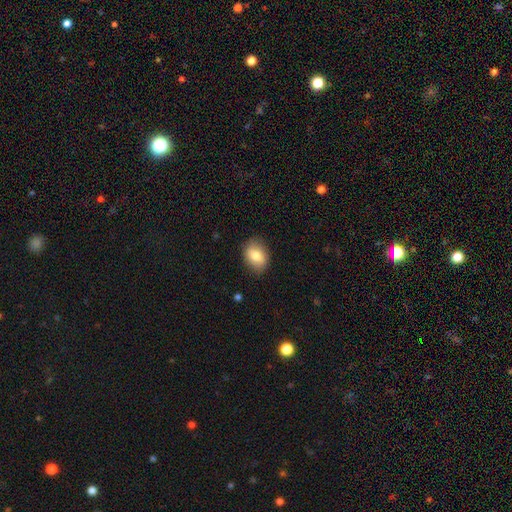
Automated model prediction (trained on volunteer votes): This appears to be a smooth galaxy with no disk features (77%) that is in between round and cigar-shaped (69%). Merging: none (83%).